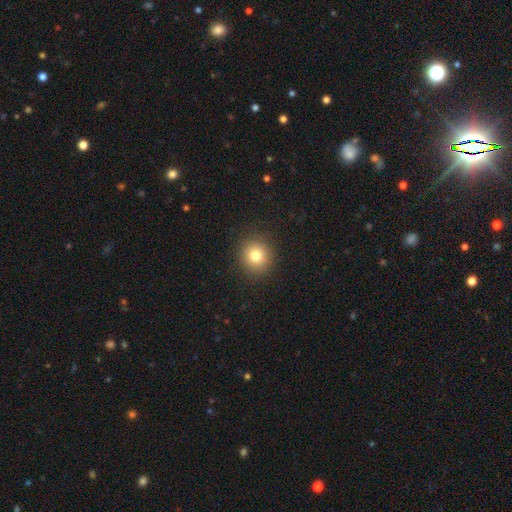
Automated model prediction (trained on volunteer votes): Q: Smooth or featured?
A: smooth (79%); runner-up: star or artifact (12%)
Q: How rounded?
A: round (91%); runner-up: in between (8%)
Q: Merging?
A: none (91%); runner-up: minor disturbance (6%)